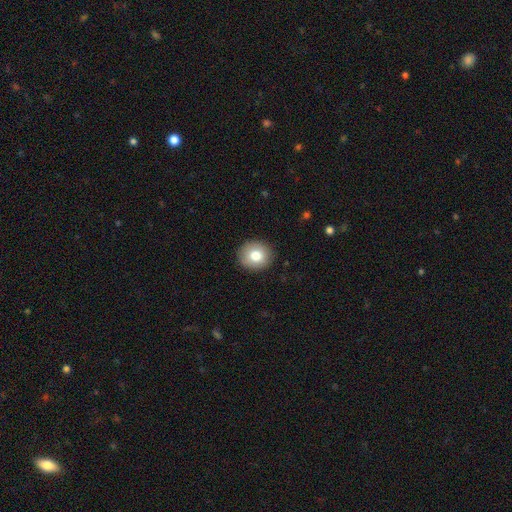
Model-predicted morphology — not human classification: A smooth galaxy with no disk features (80%) that is round (84%). Merging: none (91%).